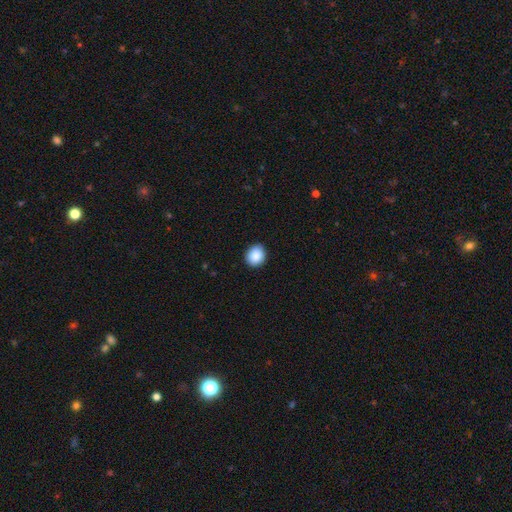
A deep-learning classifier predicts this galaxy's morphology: type=smooth (88%); roundness=round (75%); merging=none (90%).